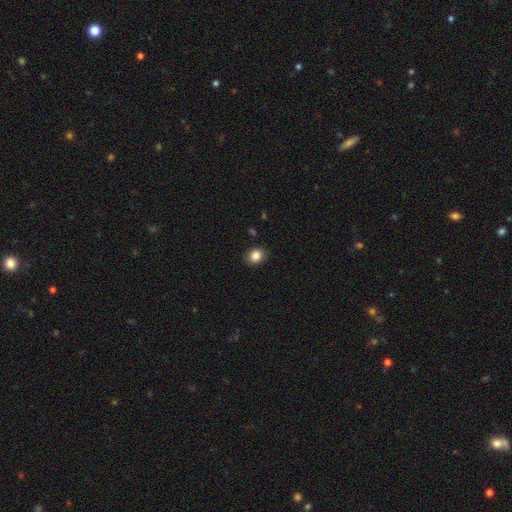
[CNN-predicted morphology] type=smooth (86%); roundness=round (58%); merging=none (89%).